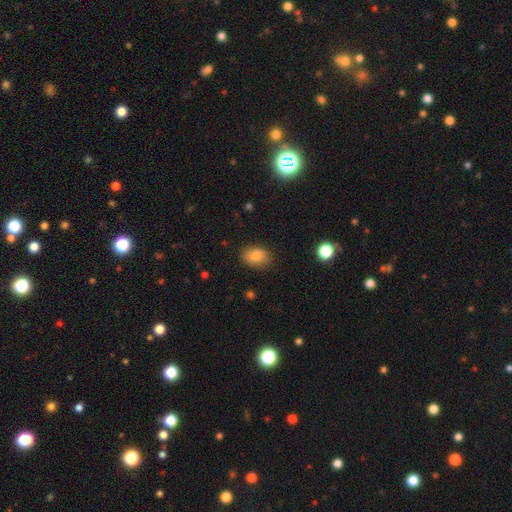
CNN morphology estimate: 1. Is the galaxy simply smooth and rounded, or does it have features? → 82% smooth, 9% featured or disk, 9% star or artifact.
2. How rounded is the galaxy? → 78% in between, 21% round, 1% cigar-shaped.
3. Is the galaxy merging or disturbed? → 83% none, 13% minor disturbance, 3% major disturbance, 1% merger.